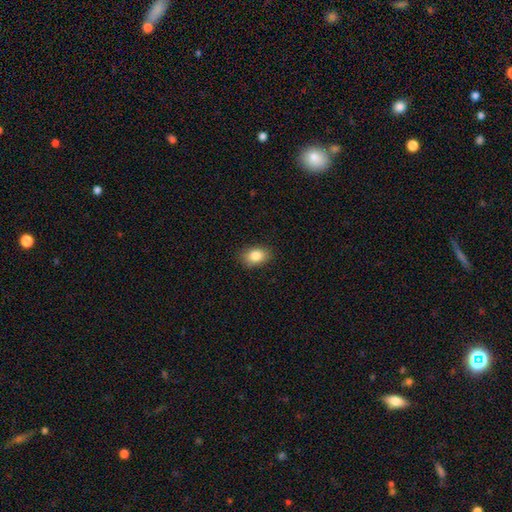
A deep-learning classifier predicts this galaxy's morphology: Smooth or featured: smooth — 85% (star or artifact — 8%)
How rounded: in between — 80% (round — 19%)
Merging: none — 86% (minor disturbance — 11%)